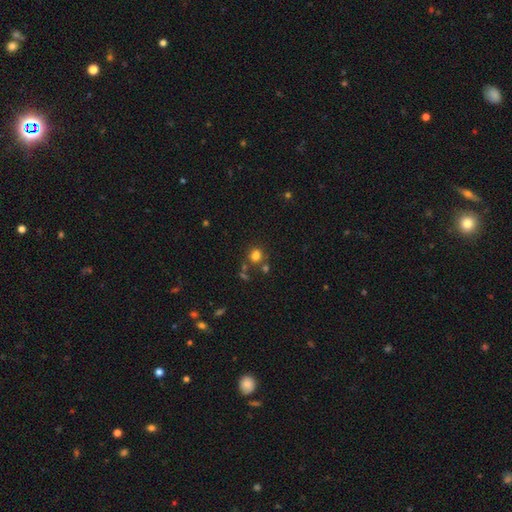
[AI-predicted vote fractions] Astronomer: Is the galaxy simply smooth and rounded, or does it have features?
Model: smooth — 77%.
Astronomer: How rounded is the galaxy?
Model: round — 70%.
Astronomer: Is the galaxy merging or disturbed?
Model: none — 66%.